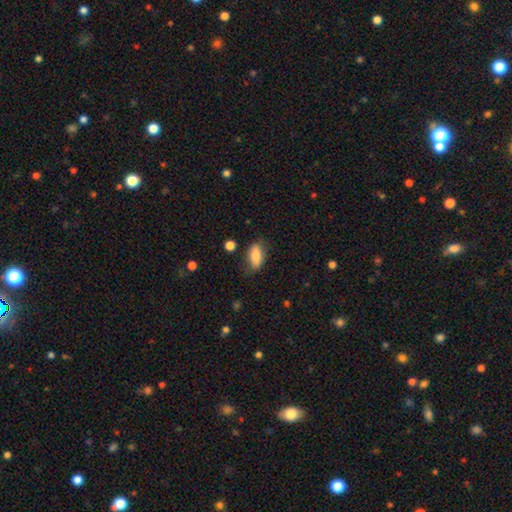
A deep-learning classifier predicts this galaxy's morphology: smooth_or_featured: smooth (p=0.83) [alt: featured or disk p=0.10]
how_rounded: in between (p=0.85) [alt: cigar-shaped p=0.11]
merging: none (p=0.73) [alt: minor disturbance p=0.20]